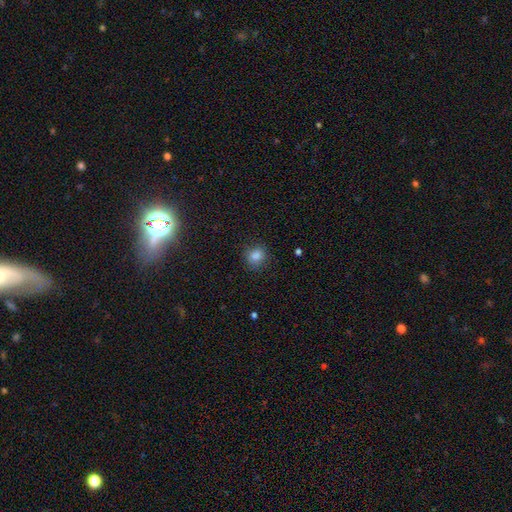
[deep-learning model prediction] Smooth or featured? smooth (83%)
How rounded? round (78%)
Merging? none (84%)